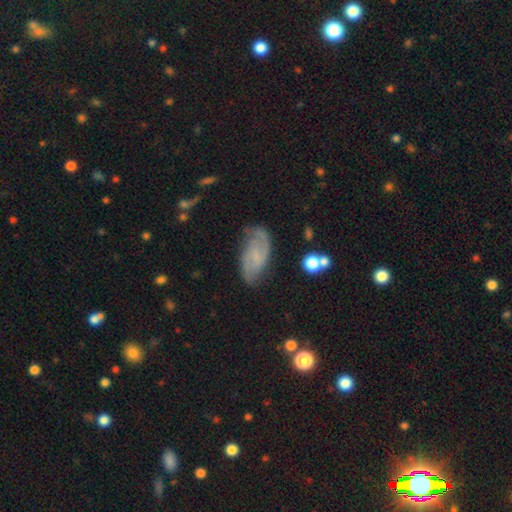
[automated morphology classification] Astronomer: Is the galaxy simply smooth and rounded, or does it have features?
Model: featured or disk — 67%.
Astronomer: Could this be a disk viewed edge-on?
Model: no — 95%.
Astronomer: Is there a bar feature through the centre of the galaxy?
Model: no — 49% (runner-up: weak, 41%).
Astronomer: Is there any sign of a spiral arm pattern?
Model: yes — 92%.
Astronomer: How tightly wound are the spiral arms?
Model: medium — 44% (runner-up: tight, 31%).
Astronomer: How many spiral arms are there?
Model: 2 — 77%.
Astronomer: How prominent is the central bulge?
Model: small — 47% (runner-up: none, 39%).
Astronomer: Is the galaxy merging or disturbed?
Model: none — 70%.